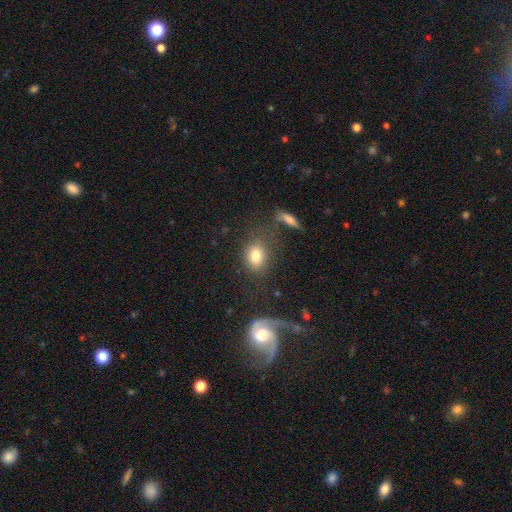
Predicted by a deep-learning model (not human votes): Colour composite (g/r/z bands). It shows a smooth galaxy with no disk features (79%) that is in between round and cigar-shaped (65%). Merging: none (64%).